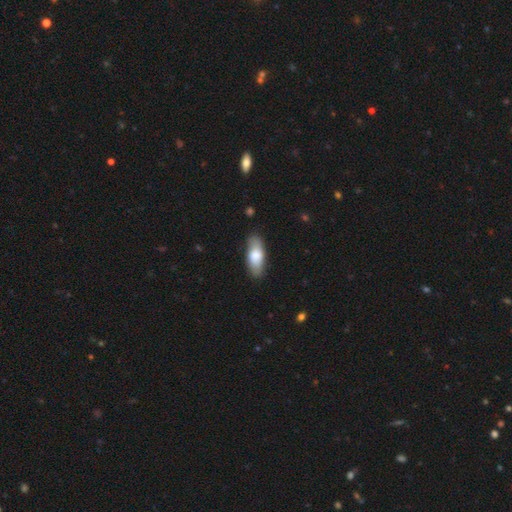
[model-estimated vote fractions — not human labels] Smooth or featured?
  - smooth: 76% *
  - featured or disk: 18%
  - star or artifact: 6%
How rounded?
  - in between: 76% *
  - cigar-shaped: 22%
  - round: 2%
Merging?
  - none: 82% *
  - minor disturbance: 14%
  - major disturbance: 3%
  - merger: 1%